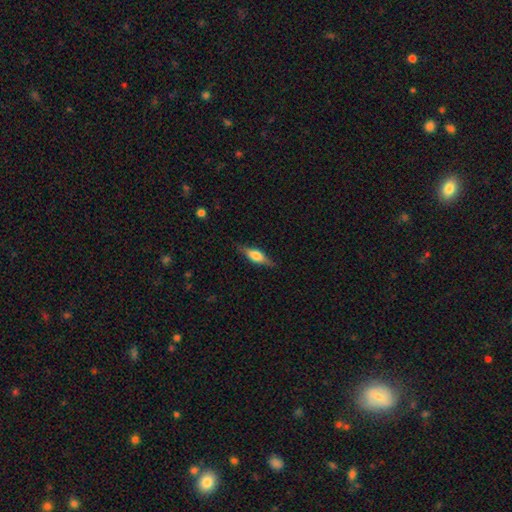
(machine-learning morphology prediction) Overall: featured or disk (55%; smooth 39%). Edge-on disk: yes (94%). Edge-on bulge: rounded (84%). Merging: none (84%).